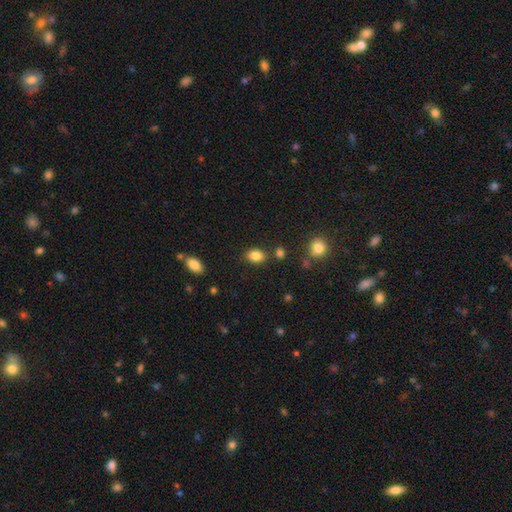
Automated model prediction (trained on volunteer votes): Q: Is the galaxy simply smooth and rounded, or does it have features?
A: smooth — 85%.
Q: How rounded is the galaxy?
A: in between — 74%.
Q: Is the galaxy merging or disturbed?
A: none — 79%.